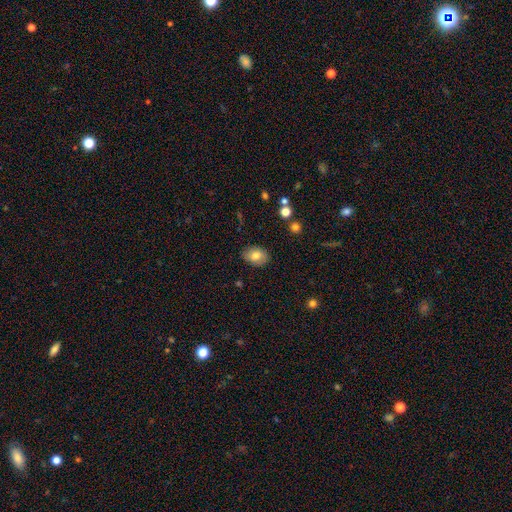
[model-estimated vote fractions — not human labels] Smooth or featured: smooth — 80% (featured or disk — 12%)
How rounded: in between — 76% (round — 23%)
Merging: none — 87% (minor disturbance — 10%)